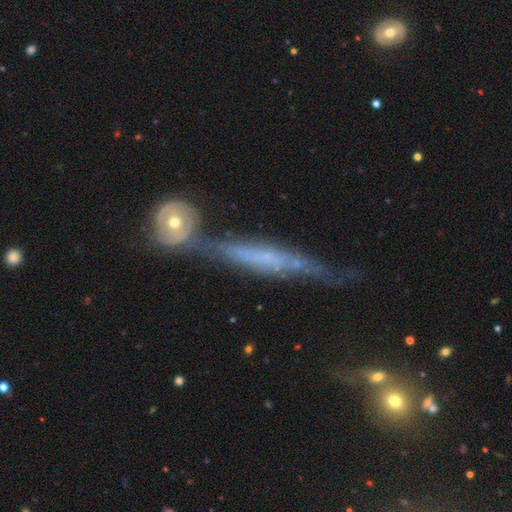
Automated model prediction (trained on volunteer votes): smooth_or_featured: featured or disk (p=0.62) [alt: smooth p=0.21]
disk_edge_on: yes (p=0.84) [alt: no p=0.16]
edge_on_bulge: none (p=0.48) [alt: rounded p=0.38]
merging: none (p=0.61) [alt: merger p=0.20]